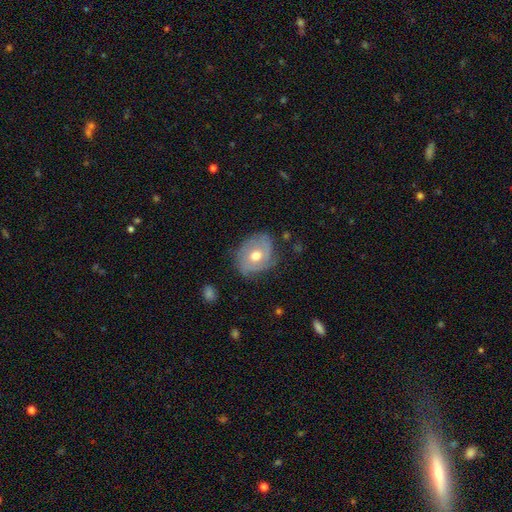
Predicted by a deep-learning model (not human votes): Overall: featured or disk (61%; smooth 32%). Edge-on disk: no (95%). Bar: no (76%). Spiral arms: yes (72%). Bulge size: moderate (79%). Merging: none (68%).